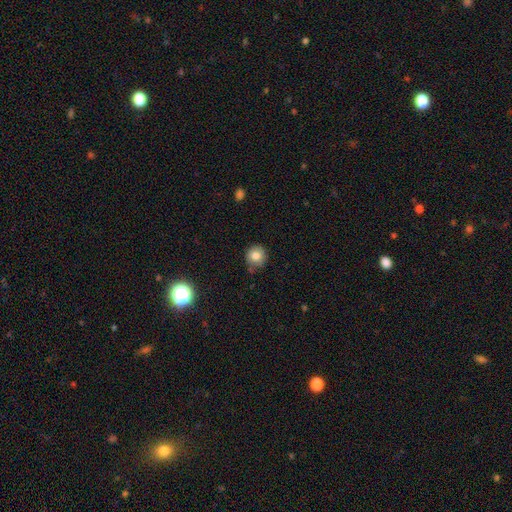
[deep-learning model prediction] This is clearly a smooth galaxy (80%). How rounded: clearly round (92%). Merging: likely none (80%).